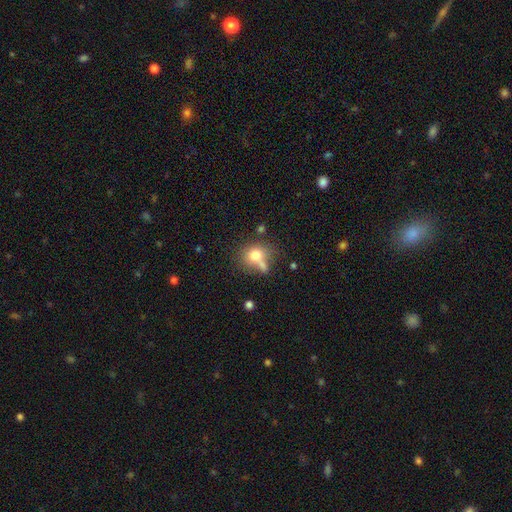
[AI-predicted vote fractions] A smooth galaxy with no disk features (75%) that is round (62%).

Vote fractions:
- Smooth or featured? smooth: 75% / featured or disk: 14% / star or artifact: 11%
- How rounded? round: 62% / in between: 37% / cigar-shaped: 2%
- Merging? none: 43% / merger: 30% / minor disturbance: 17% / major disturbance: 10%